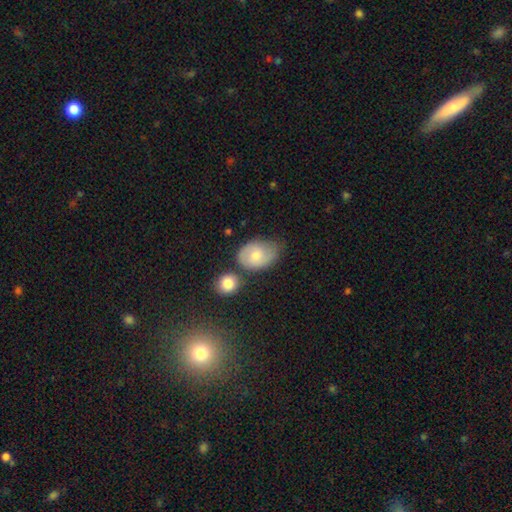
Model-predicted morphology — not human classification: Overall: smooth (57%; featured or disk 35%). How rounded: in between (76%). Merging: none (49%; minor disturbance 28%).